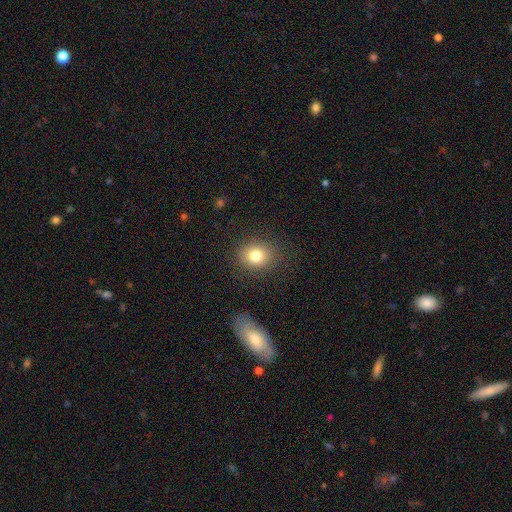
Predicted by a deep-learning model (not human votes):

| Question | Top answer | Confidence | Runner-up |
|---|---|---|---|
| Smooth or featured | smooth | 79% | star or artifact (11%) |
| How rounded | round | 61% | in between (38%) |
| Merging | none | 85% | minor disturbance (10%) |